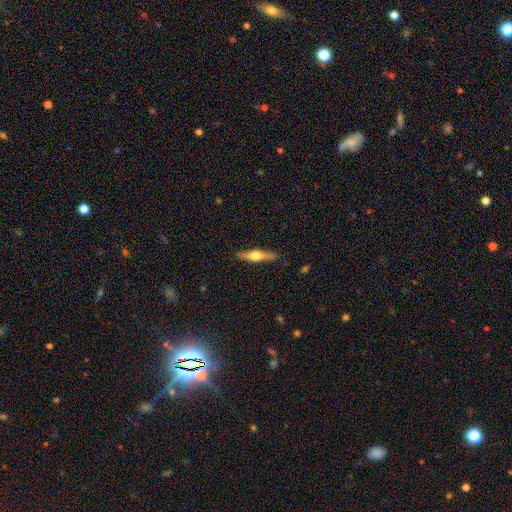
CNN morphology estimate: This appears to be a featured or disk galaxy (55%) viewed edge-on (94%) with a rounded central bulge (93%). Merging: none (87%).